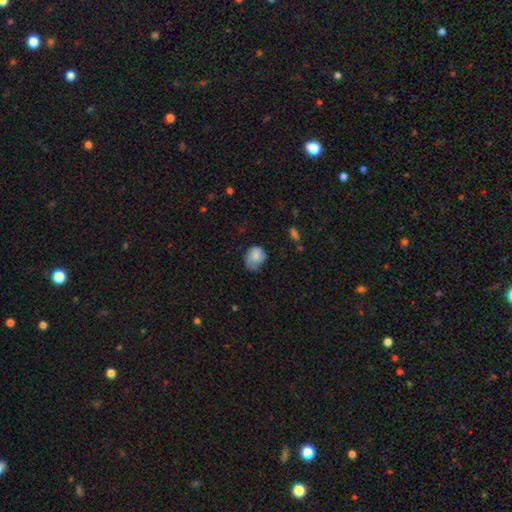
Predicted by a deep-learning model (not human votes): smooth_or_featured: smooth (p=0.79) [alt: featured or disk p=0.14]
how_rounded: in between (p=0.50) [alt: round p=0.49]
merging: none (p=0.42) [alt: minor disturbance p=0.41]